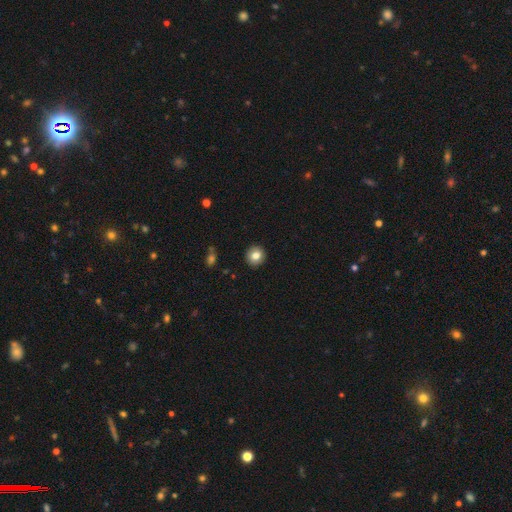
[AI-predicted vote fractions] A smooth galaxy with no disk features (82%) that is round (91%).

Vote fractions:
- Smooth or featured? smooth: 82% / star or artifact: 9% / featured or disk: 9%
- How rounded? round: 91% / in between: 8% / cigar-shaped: 1%
- Merging? none: 92% / minor disturbance: 6% / major disturbance: 2% / merger: 1%